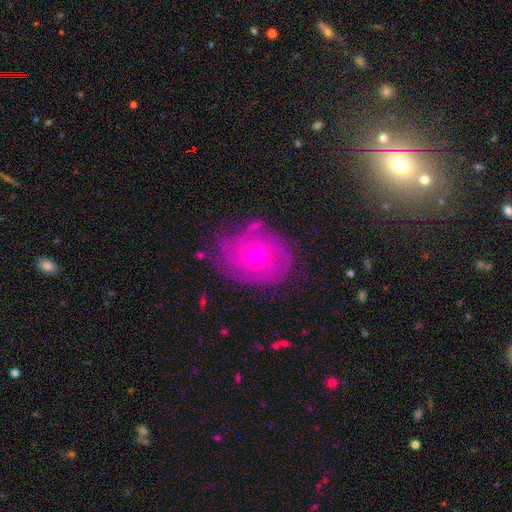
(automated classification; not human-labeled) A featured or disk galaxy (67%) with no bar (80%), tight (68%) spiral arms (82%) and a small central bulge (70%). Merging: none (66%).